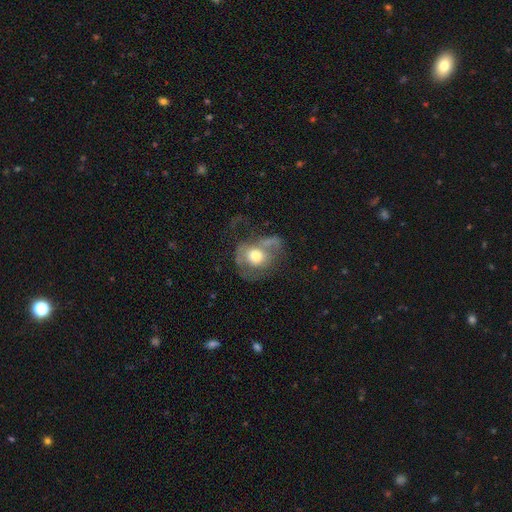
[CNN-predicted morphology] A smooth galaxy with no disk features (46%). Merging: major disturbance (46%).